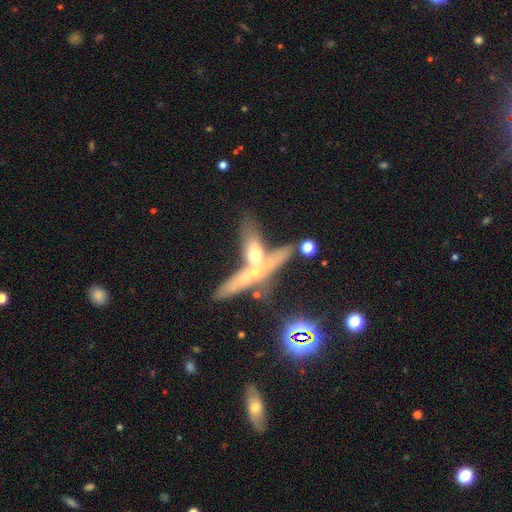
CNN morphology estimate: This appears to be a featured or disk galaxy (47%). Merging: merger (53%).